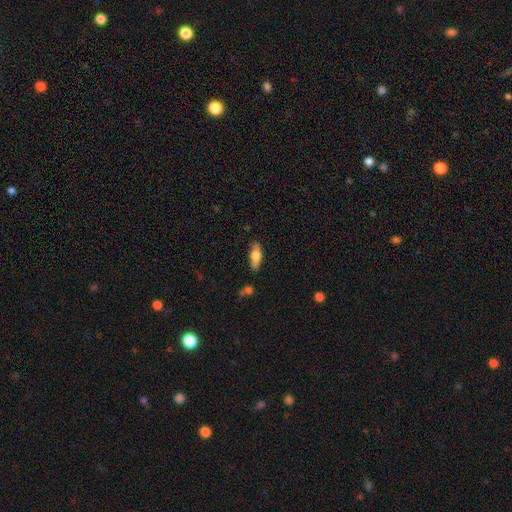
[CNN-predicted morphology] Smooth or featured: smooth — 67% (featured or disk — 27%)
How rounded: in between — 70% (cigar-shaped — 27%)
Merging: none — 84% (minor disturbance — 11%)